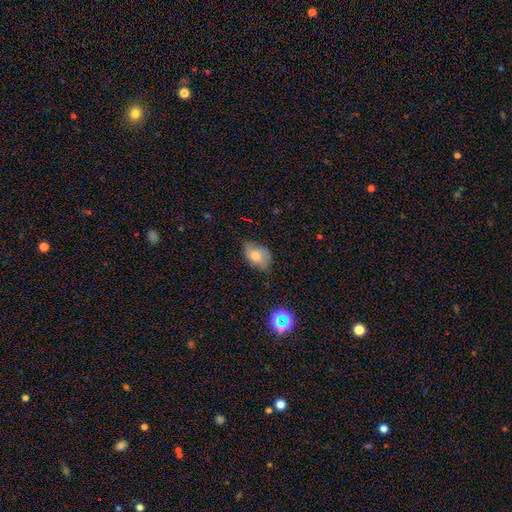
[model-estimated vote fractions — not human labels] Overall: smooth (69%). How rounded: in between (83%). Merging: none (63%; minor disturbance 30%).